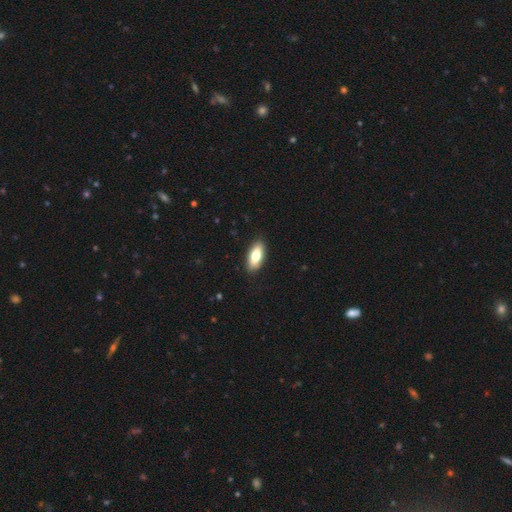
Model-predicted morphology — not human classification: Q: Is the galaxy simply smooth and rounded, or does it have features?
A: smooth — 76%.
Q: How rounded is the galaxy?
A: in between — 80%.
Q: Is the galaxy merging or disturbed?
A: none — 89%.